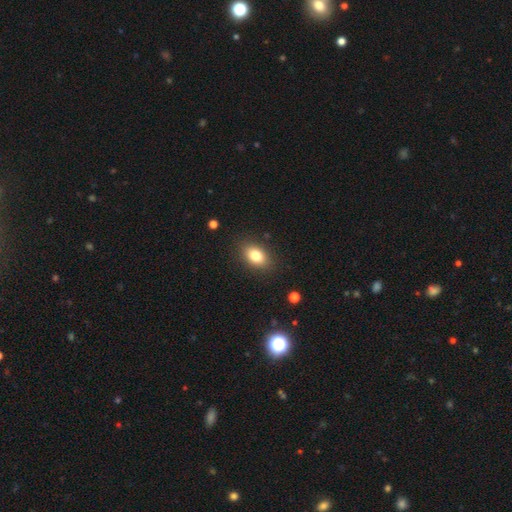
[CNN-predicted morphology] A smooth galaxy with no disk features (81%) that is in between round and cigar-shaped (81%). Merging: none (86%).